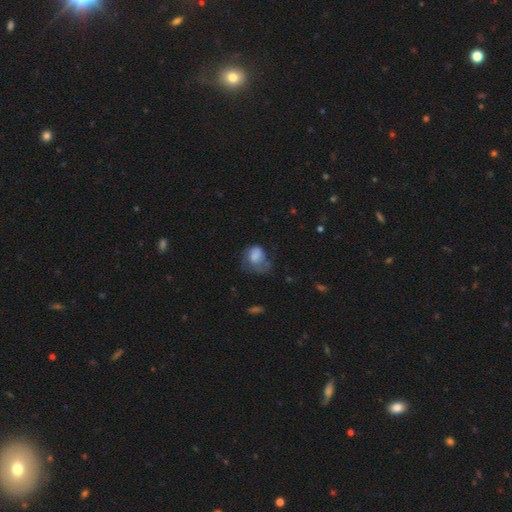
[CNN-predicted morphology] Smooth or featured? Predicted: smooth (p=0.64). How rounded? Predicted: in between (p=0.61). Merging? Predicted: major disturbance (p=0.46).